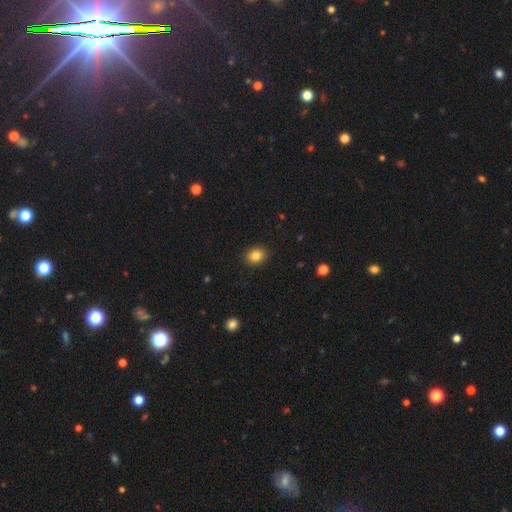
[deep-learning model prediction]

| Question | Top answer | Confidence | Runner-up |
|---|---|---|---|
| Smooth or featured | smooth | 84% | star or artifact (10%) |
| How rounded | round | 60% | in between (39%) |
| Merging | none | 90% | minor disturbance (7%) |